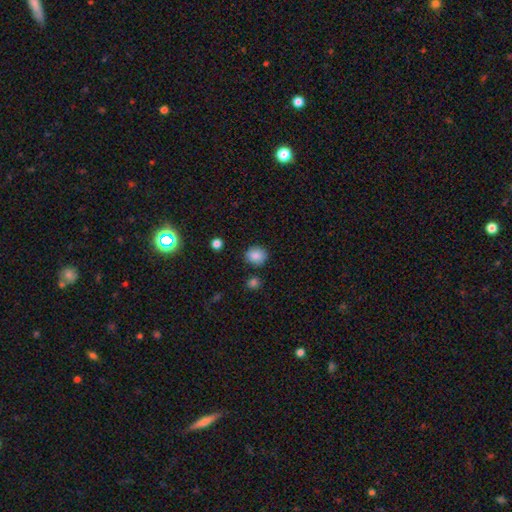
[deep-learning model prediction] smooth 86%, star or artifact 9%, featured or disk 5%. Down the decision tree: how rounded — round (70%); merging — none (83%).